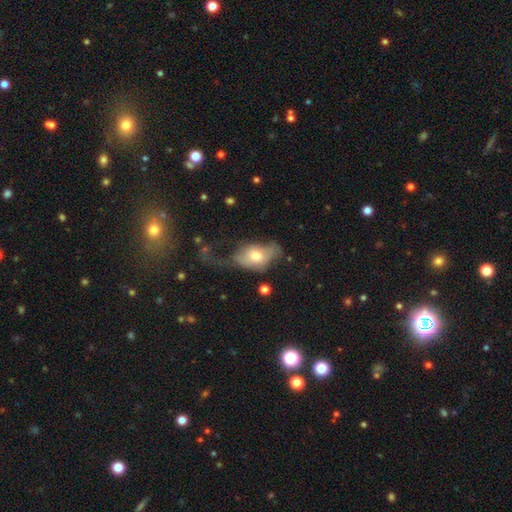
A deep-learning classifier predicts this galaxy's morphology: smooth-or-featured: smooth: 61% | featured or disk: 32% | star or artifact: 8%
  how-rounded: in between: 85% | round: 12% | cigar-shaped: 3%
  merging: major disturbance: 54% | minor disturbance: 21% | none: 19% | merger: 5%